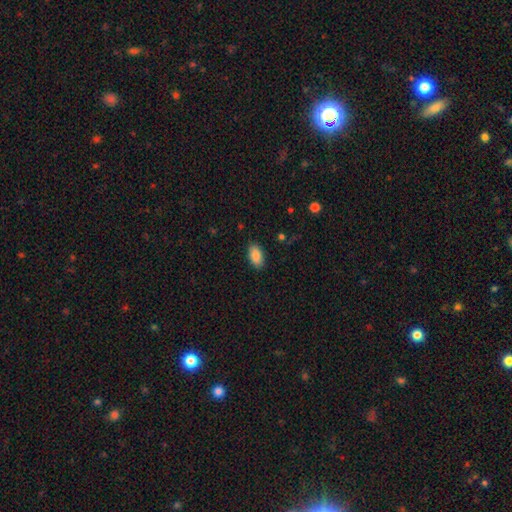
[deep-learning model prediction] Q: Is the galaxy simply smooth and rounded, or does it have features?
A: smooth — 88%.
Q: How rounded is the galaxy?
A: in between — 94%.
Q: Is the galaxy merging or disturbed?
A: none — 87%.